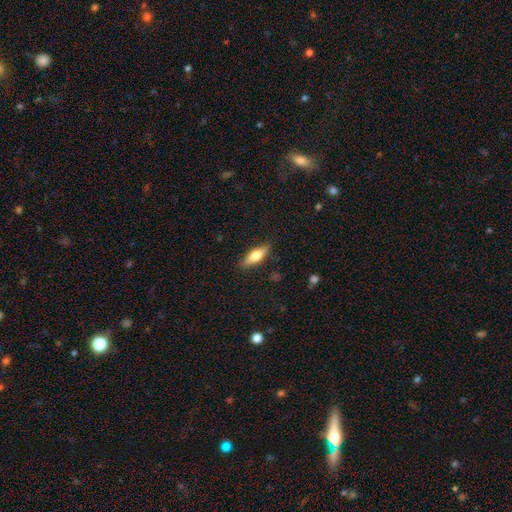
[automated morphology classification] Q: Smooth or featured?
A: smooth (62%); runner-up: featured or disk (32%)
Q: How rounded?
A: in between (55%); runner-up: cigar-shaped (42%)
Q: Merging?
A: none (86%); runner-up: minor disturbance (10%)